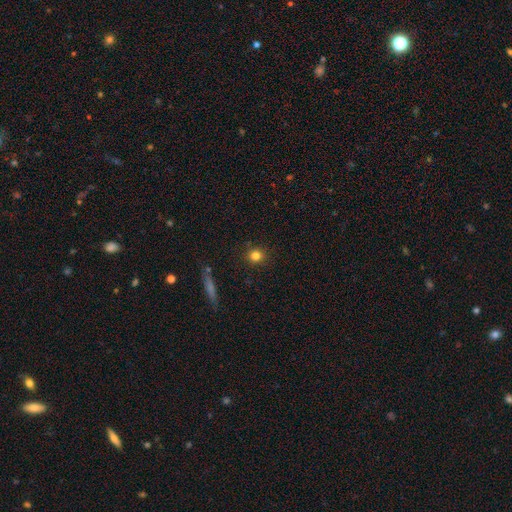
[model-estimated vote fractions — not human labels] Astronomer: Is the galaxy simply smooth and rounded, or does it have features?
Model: smooth — 82%.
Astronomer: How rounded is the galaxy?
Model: round — 90%.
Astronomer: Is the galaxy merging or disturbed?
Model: none — 89%.